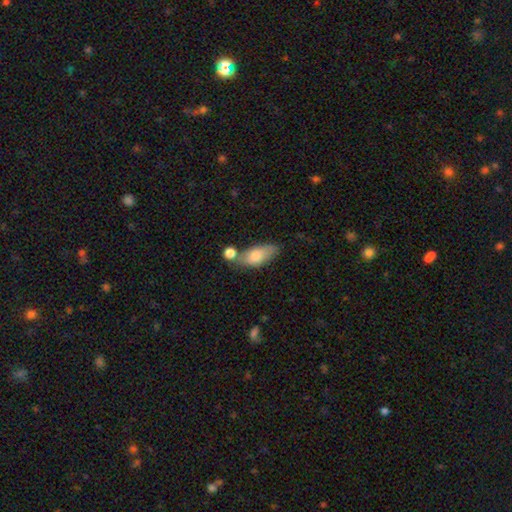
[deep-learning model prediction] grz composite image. It shows a smooth galaxy with no disk features (77%) that is in between round and cigar-shaped (84%). Merging: none (49%).